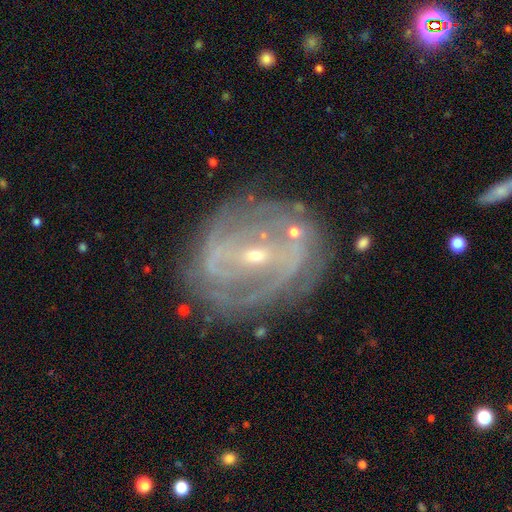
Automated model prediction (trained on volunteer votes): Smooth or featured: featured or disk — 86% (smooth — 8%)
Edge-on disk: no — 96% (yes — 4%)
Bar: weak — 42% (strong — 33%)
Spiral arms: yes — 91% (no — 9%)
Spiral winding: tight — 61% (medium — 31%)
Spiral arm count: 2 — 34% (can't tell — 29%)
Bulge size: small — 76% (moderate — 20%)
Merging: none — 73% (minor disturbance — 17%)